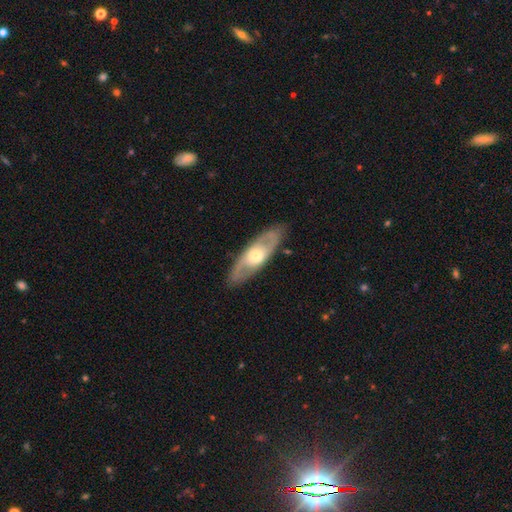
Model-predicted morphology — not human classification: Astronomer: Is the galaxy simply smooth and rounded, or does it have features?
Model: featured or disk — 65%.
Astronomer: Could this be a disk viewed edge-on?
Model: no — 75%.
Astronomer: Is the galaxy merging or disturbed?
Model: none — 85%.